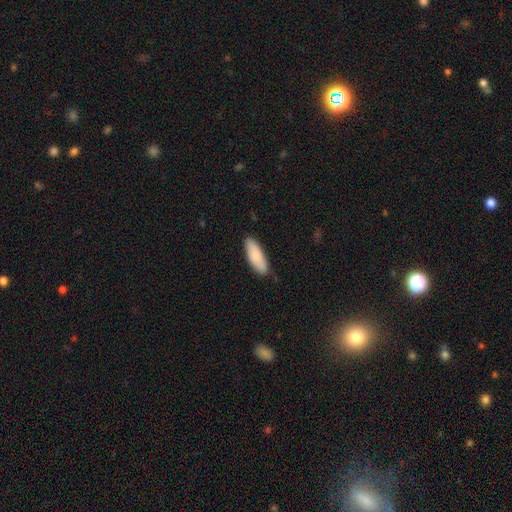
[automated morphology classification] A smooth galaxy with no disk features (86%) that is in between round and cigar-shaped (58%). Merging: none (85%).